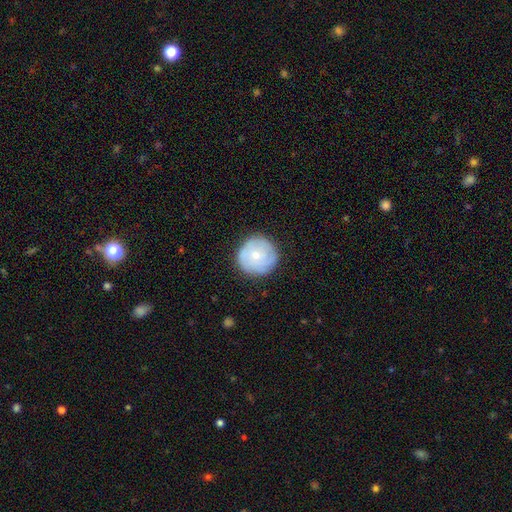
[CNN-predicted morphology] This appears to be a smooth galaxy with no disk features (56%) that is round (95%). Merging: none (83%).